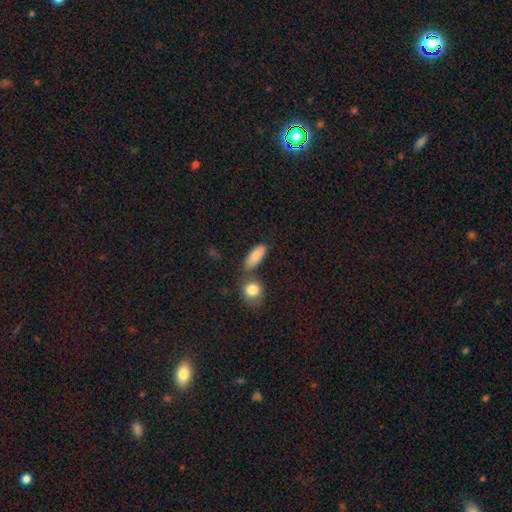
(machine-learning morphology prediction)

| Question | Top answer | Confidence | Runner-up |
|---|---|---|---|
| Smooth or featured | smooth | 85% | featured or disk (7%) |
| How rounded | in between | 78% | cigar-shaped (16%) |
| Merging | none | 65% | merger (17%) |